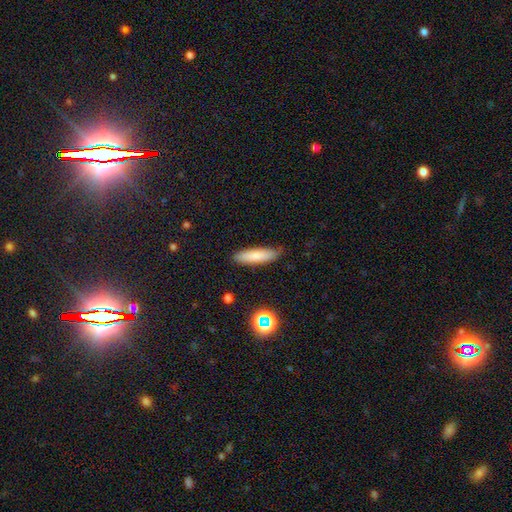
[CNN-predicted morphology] Q: Smooth or featured?
A: smooth (81%); runner-up: featured or disk (11%)
Q: How rounded?
A: cigar-shaped (73%); runner-up: in between (26%)
Q: Merging?
A: none (82%); runner-up: minor disturbance (14%)